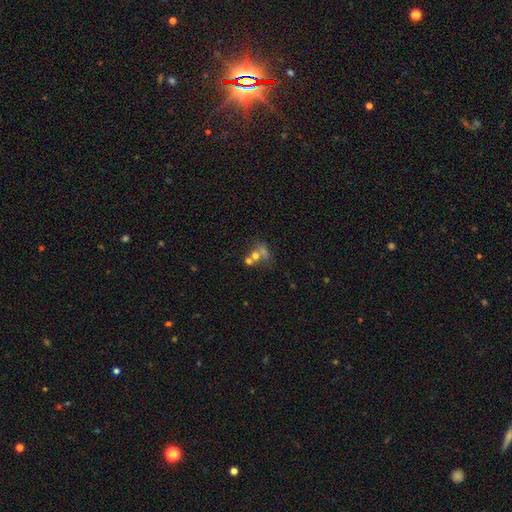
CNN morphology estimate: Q: Smooth or featured?
A: smooth (56%); runner-up: featured or disk (25%)
Q: How rounded?
A: round (64%); runner-up: in between (34%)
Q: Merging?
A: merger (55%); runner-up: none (29%)